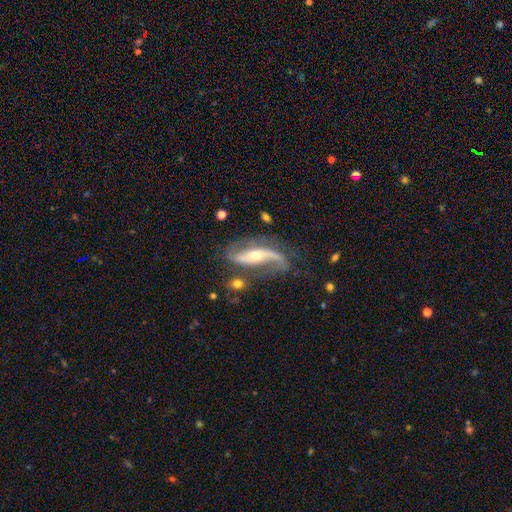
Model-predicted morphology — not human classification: Q: Smooth or featured?
A: featured or disk (89%); runner-up: smooth (6%)
Q: Edge-on disk?
A: no (91%); runner-up: yes (9%)
Q: Bar?
A: strong (39%); runner-up: no (37%)
Q: Spiral arms?
A: yes (96%); runner-up: no (4%)
Q: Spiral winding?
A: loose (63%); runner-up: medium (27%)
Q: Spiral arm count?
A: 2 (89%); runner-up: 1 (6%)
Q: Bulge size?
A: moderate (49%); runner-up: small (47%)
Q: Merging?
A: none (63%); runner-up: minor disturbance (19%)